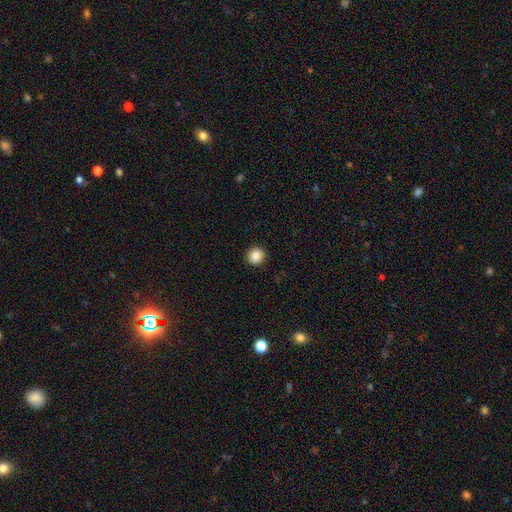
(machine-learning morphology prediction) Q: Smooth or featured?
A: smooth (87%); runner-up: star or artifact (9%)
Q: How rounded?
A: round (92%); runner-up: in between (7%)
Q: Merging?
A: none (93%); runner-up: minor disturbance (5%)